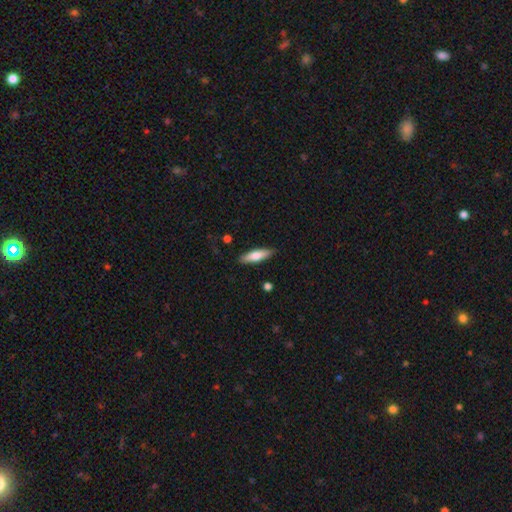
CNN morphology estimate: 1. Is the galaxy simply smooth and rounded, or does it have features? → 69% smooth, 26% featured or disk, 6% star or artifact.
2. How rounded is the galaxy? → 59% cigar-shaped, 39% in between, 2% round.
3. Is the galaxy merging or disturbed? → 87% none, 9% minor disturbance, 2% major disturbance, 2% merger.